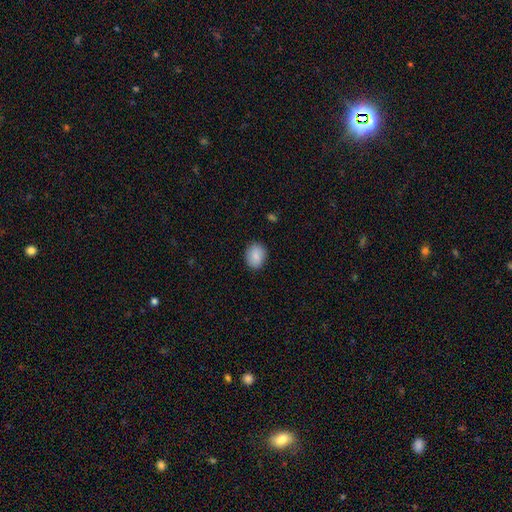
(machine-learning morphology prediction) This appears to be a smooth galaxy with no disk features (87%) that is in between round and cigar-shaped (60%). Merging: none (87%).